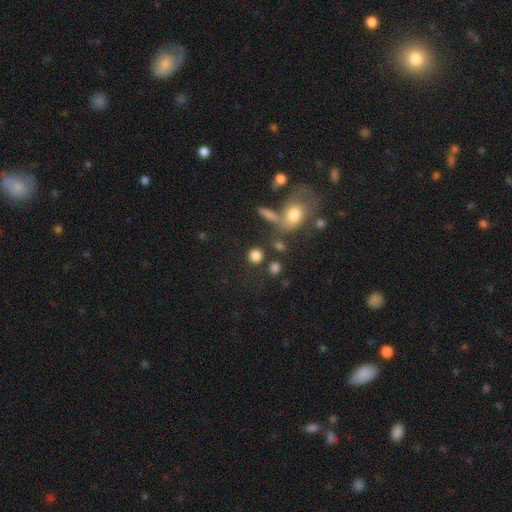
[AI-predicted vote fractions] Overall: smooth (81%). How rounded: round (87%). Merging: none (74%).